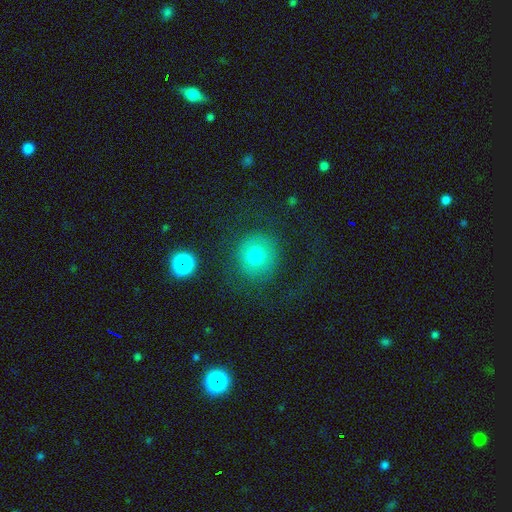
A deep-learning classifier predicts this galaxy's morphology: A smooth galaxy with no disk features (73%) that is round (89%).

Vote fractions:
- Smooth or featured? smooth: 73% / featured or disk: 14% / star or artifact: 13%
- How rounded? round: 89% / in between: 10% / cigar-shaped: 1%
- Merging? none: 78% / minor disturbance: 11% / major disturbance: 8% / merger: 2%